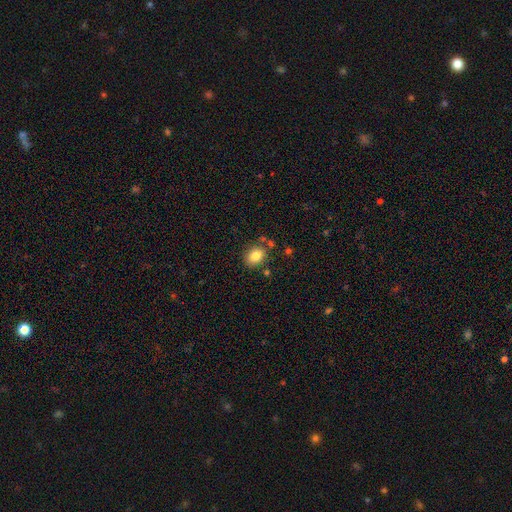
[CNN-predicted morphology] smooth 83%, star or artifact 9%, featured or disk 8%. Down the decision tree: how rounded — in between (70%); merging — none (76%).